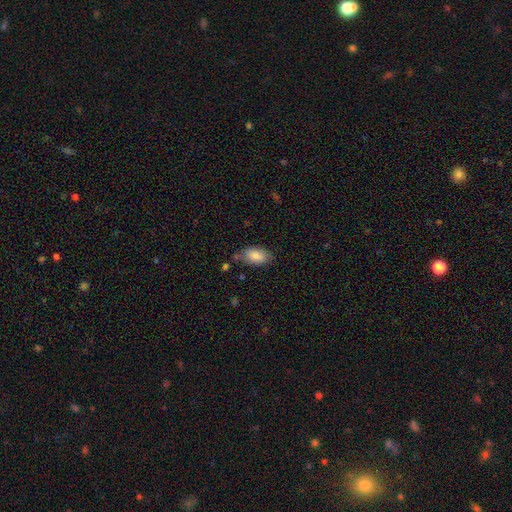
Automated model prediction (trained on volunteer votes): smooth 87%, featured or disk 7%, star or artifact 7%. Down the decision tree: how rounded — in between (93%); merging — none (73%).